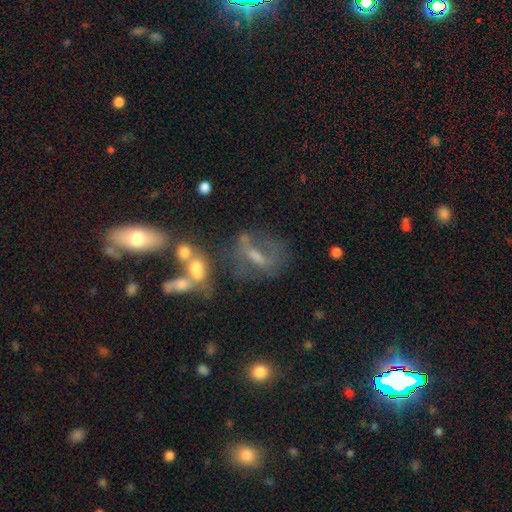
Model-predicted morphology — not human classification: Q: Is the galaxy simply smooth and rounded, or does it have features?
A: featured or disk — 49%.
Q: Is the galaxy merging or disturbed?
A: none — 46%.